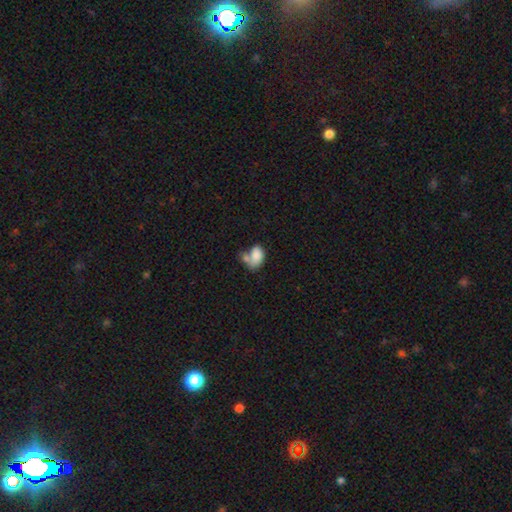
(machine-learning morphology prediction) The model was most divided on "merging": merger: 52%, none: 23%, minor disturbance: 14%, major disturbance: 11%. More confident: how rounded — in between (86%); smooth or featured — smooth (80%).